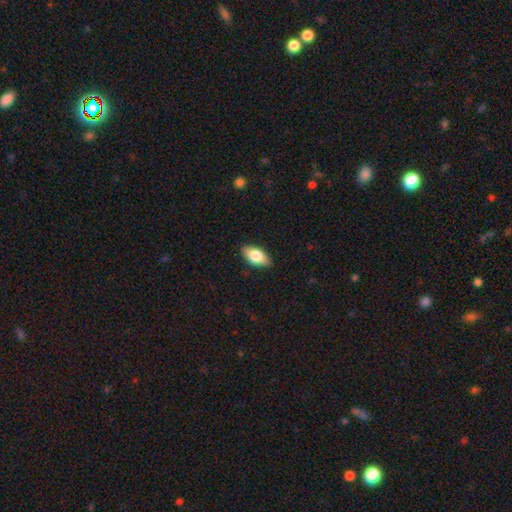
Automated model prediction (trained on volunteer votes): Smooth or featured: smooth — 77% (featured or disk — 17%)
How rounded: in between — 91% (cigar-shaped — 6%)
Merging: none — 86% (minor disturbance — 11%)